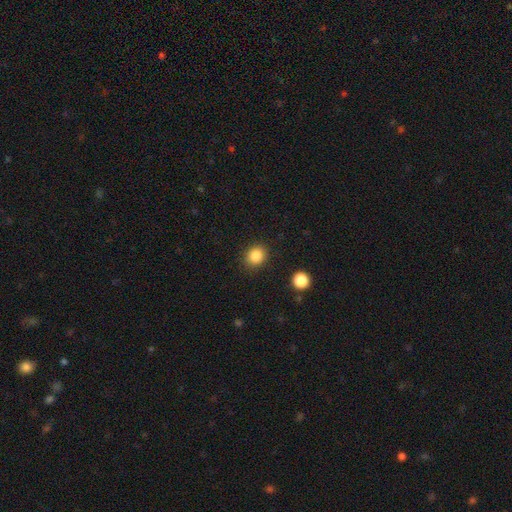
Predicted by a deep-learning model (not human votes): Smooth or featured? Predicted: smooth (p=0.85). How rounded? Predicted: round (p=0.75). Merging? Predicted: none (p=0.88).